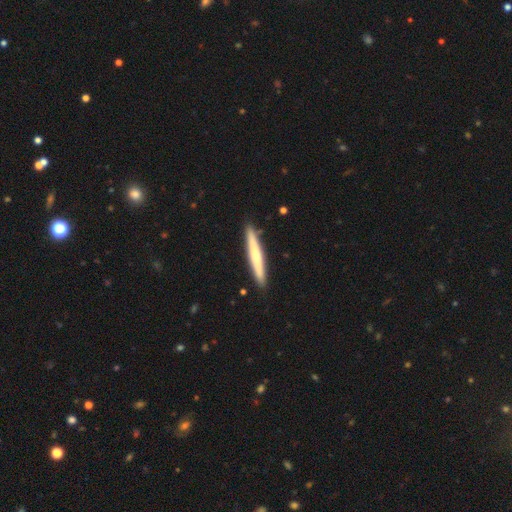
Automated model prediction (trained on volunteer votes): Smooth or featured? Predicted: smooth (p=0.55). How rounded? Predicted: cigar-shaped (p=0.96). Merging? Predicted: none (p=0.91).